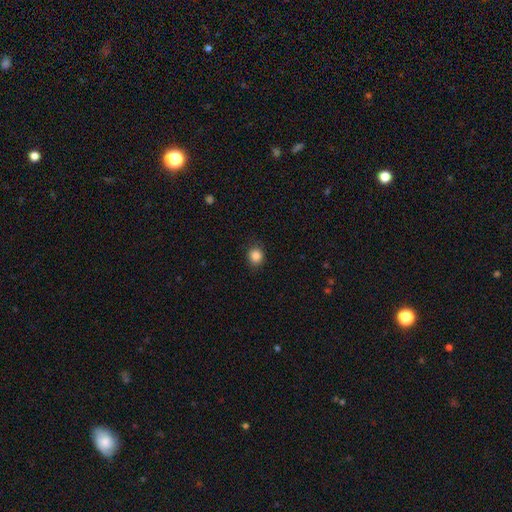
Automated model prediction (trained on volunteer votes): This appears to be a smooth galaxy with no disk features (85%) that is round (79%). Merging: none (88%).